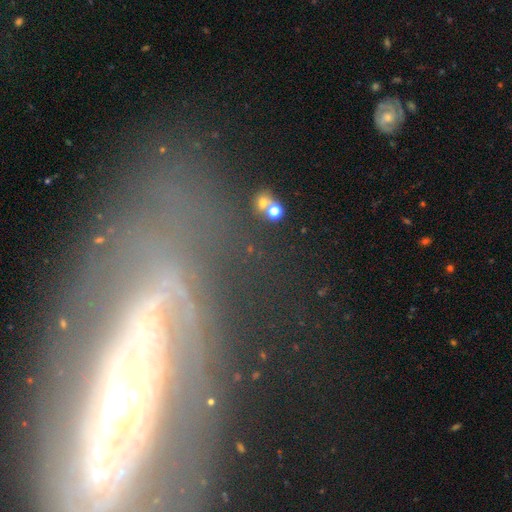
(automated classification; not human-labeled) Q: Smooth or featured?
A: featured or disk (73%); runner-up: smooth (15%)
Q: Edge-on disk?
A: no (75%); runner-up: yes (25%)
Q: Bar?
A: no (52%); runner-up: strong (25%)
Q: Spiral arms?
A: yes (55%); runner-up: no (45%)
Q: Bulge size?
A: moderate (53%); runner-up: small (28%)
Q: Merging?
A: none (51%); runner-up: major disturbance (25%)